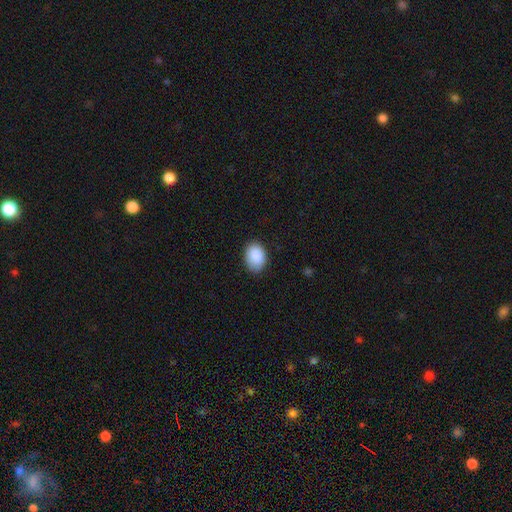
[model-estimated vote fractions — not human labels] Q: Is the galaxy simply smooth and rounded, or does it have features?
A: smooth — 90%.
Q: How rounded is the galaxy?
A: in between — 78%.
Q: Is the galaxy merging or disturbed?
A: none — 81%.